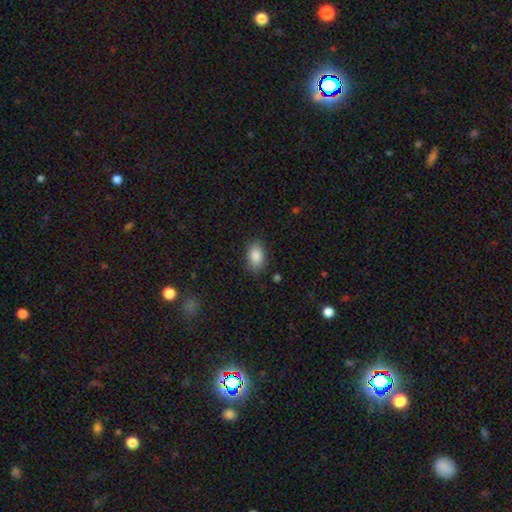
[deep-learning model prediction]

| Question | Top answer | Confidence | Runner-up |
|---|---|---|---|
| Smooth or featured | smooth | 88% | star or artifact (7%) |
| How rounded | in between | 90% | round (8%) |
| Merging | none | 82% | minor disturbance (14%) |